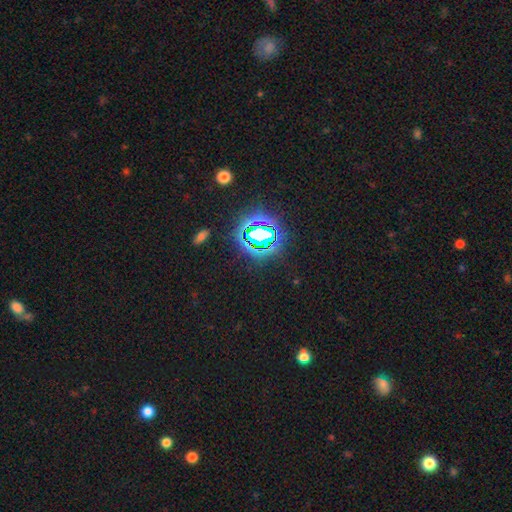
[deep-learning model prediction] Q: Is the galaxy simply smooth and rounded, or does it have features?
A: star or artifact — 83%.